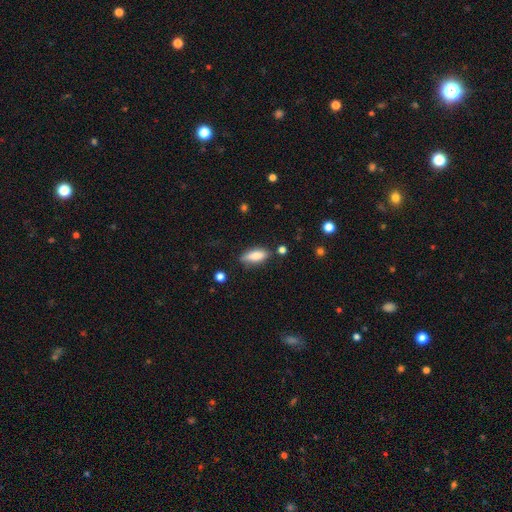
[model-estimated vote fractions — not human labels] Morphology: type=smooth (81%); roundness=in between (74%); merging=none (73%).